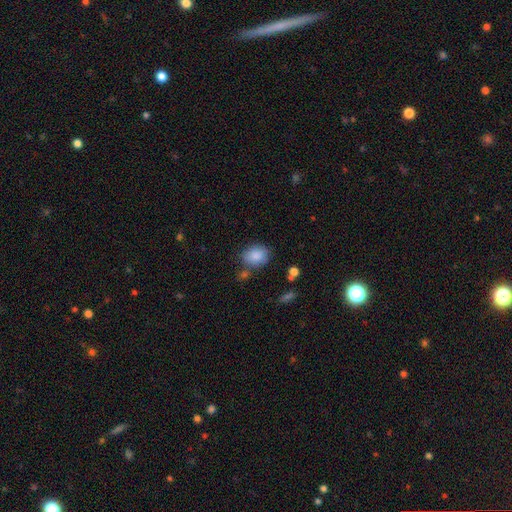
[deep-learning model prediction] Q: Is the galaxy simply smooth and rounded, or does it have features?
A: smooth — 87%.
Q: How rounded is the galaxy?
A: in between — 61%.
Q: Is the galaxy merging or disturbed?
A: none — 70%.